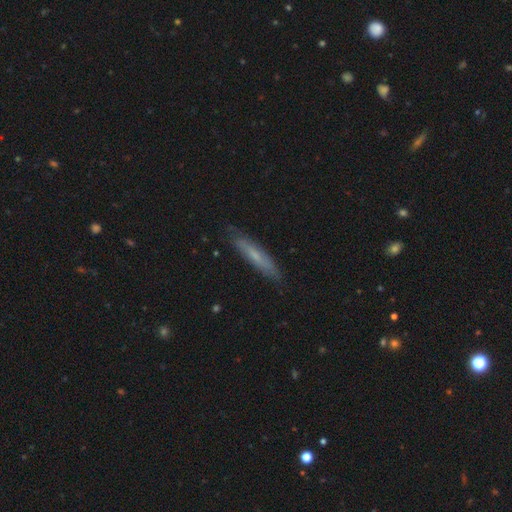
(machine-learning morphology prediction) A smooth galaxy with no disk features (52%) that is cigar-shaped (88%). Merging: none (82%).